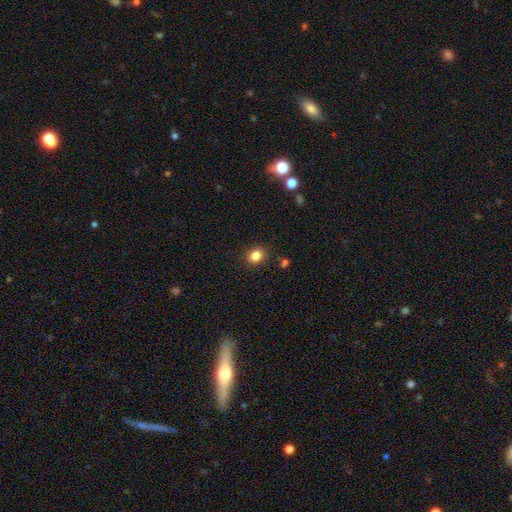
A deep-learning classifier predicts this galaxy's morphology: The model was most divided on "how rounded": round: 67%, in between: 32%, cigar-shaped: 1%. More confident: merging — none (88%); smooth or featured — smooth (84%).